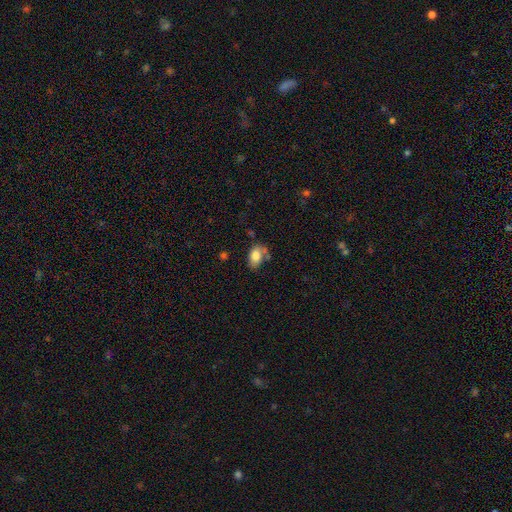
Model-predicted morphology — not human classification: Overall: smooth (80%). How rounded: in between (86%). Merging: none (58%; minor disturbance 23%).